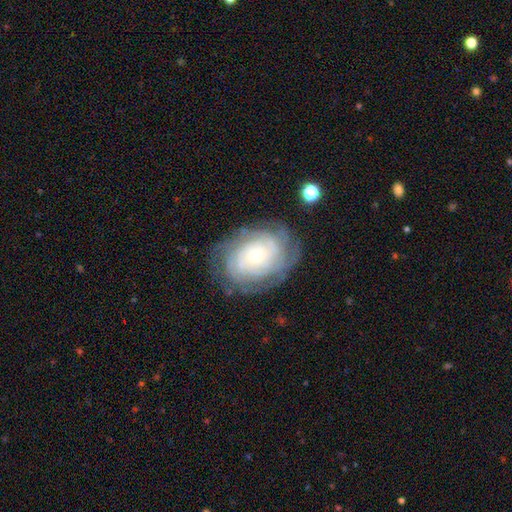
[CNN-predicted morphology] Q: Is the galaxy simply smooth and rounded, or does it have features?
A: featured or disk — 81%.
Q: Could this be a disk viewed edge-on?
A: no — 97%.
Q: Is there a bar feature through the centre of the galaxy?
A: no — 79%.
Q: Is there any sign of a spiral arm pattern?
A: yes — 94%.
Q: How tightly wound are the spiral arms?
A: tight — 77%.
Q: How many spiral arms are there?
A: can't tell — 41%.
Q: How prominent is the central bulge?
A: small — 69%.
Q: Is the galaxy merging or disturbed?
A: none — 77%.